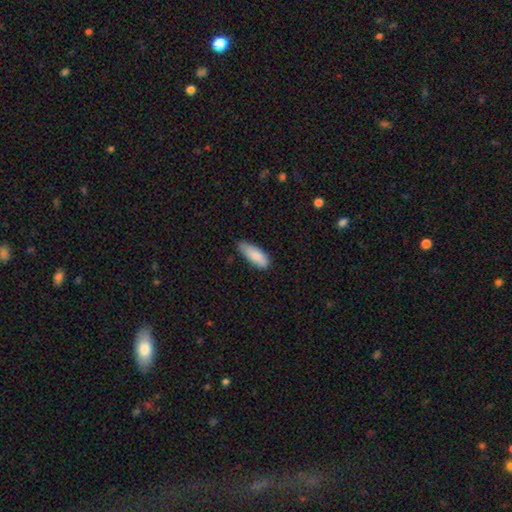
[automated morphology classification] A smooth galaxy with no disk features (84%) that is in between round and cigar-shaped (66%). Merging: none (62%).